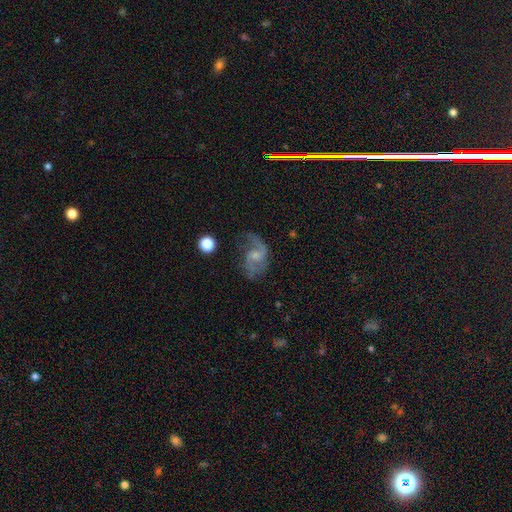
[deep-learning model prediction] smooth_or_featured: featured or disk (p=0.83) [alt: smooth p=0.10]
disk_edge_on: no (p=0.98) [alt: yes p=0.02]
bar: no (p=0.47) [alt: weak p=0.45]
has_spiral_arms: yes (p=0.94) [alt: no p=0.06]
spiral_winding: loose (p=0.57) [alt: medium p=0.35]
spiral_arm_count: 2 (p=0.84) [alt: 1 p=0.08]
bulge_size: small (p=0.54) [alt: moderate p=0.32]
merging: none (p=0.59) [alt: minor disturbance p=0.22]